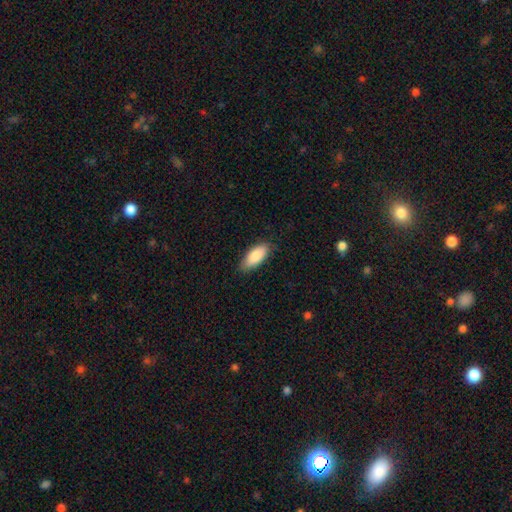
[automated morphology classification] smooth_or_featured: smooth (p=0.87) [alt: featured or disk p=0.08]
how_rounded: in between (p=0.85) [alt: cigar-shaped p=0.13]
merging: none (p=0.81) [alt: minor disturbance p=0.15]